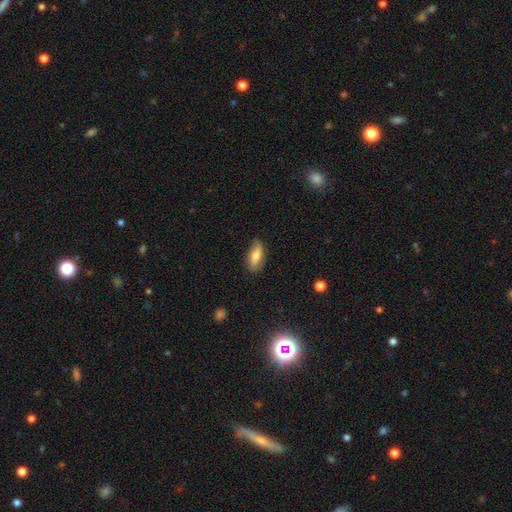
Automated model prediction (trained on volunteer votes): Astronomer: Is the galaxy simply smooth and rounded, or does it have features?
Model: smooth — 67%.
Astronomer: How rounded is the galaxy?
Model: in between — 75%.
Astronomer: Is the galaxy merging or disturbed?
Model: none — 79%.